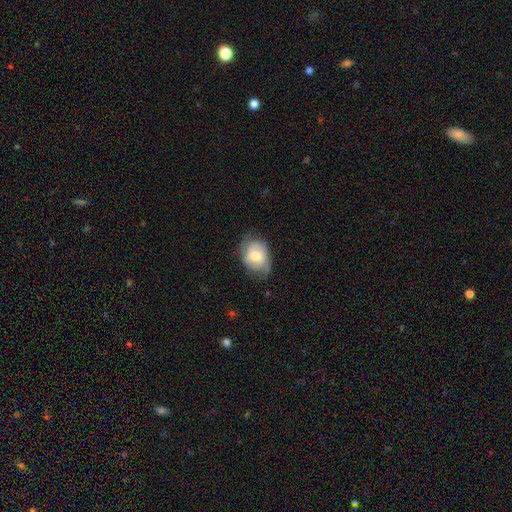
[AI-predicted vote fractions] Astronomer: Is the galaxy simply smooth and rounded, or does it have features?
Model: smooth — 49% (runner-up: featured or disk, 44%).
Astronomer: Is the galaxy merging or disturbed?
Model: none — 53% (runner-up: minor disturbance, 32%).